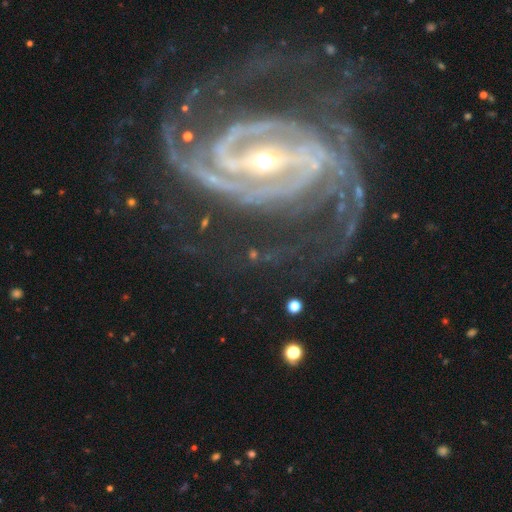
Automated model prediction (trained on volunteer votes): featured or disk 93%, star or artifact 5%, smooth 2%. Down the decision tree: edge-on disk — no (97%); bar — strong (69%); spiral arms — yes (98%); spiral arm count — 2 (39%); spiral winding — medium (44%); bulge size — small (70%); merging — none (52%).